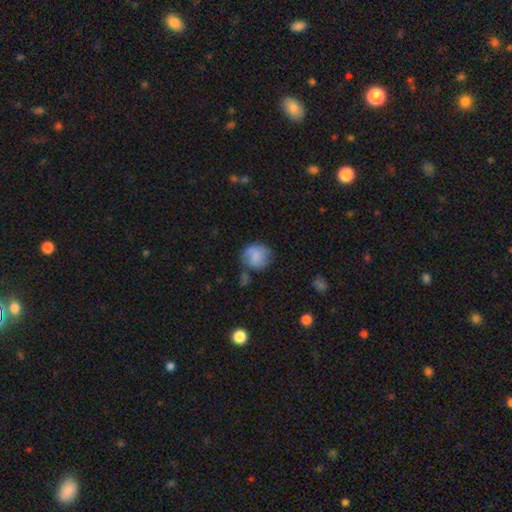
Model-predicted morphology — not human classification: Smooth or featured? smooth (70%)
How rounded? round (78%)
Merging? none (54%)